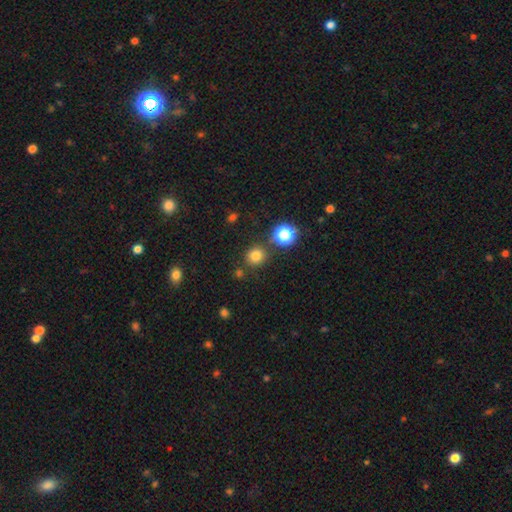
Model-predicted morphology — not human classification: smooth_or_featured: smooth (p=0.77) [alt: star or artifact p=0.17]
how_rounded: round (p=0.88) [alt: in between p=0.11]
merging: none (p=0.81) [alt: minor disturbance p=0.09]